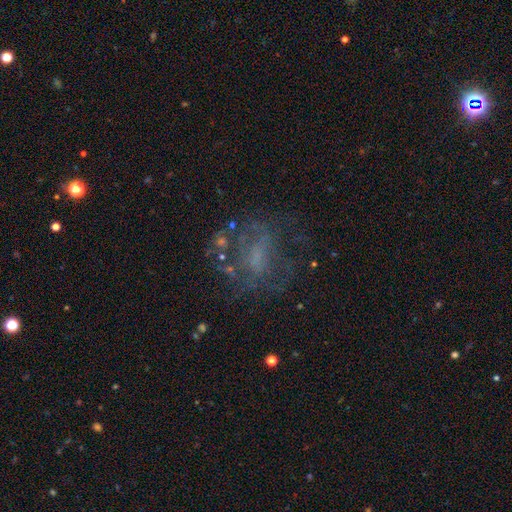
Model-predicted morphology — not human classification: This is possibly a featured or disk galaxy (55%). It is clearly not viewed edge-on (97%). Bar: likely no (62%). Spiral arm pattern: possibly no (59%). Central bulge: possibly none (47%). Merging: possibly none (56%).